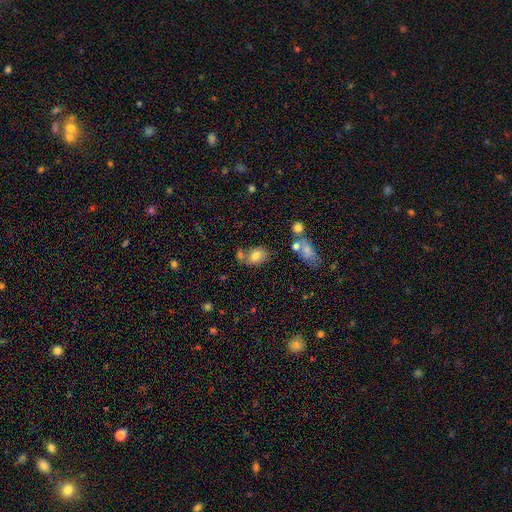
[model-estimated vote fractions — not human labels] A smooth galaxy with no disk features (76%) that is in between round and cigar-shaped (73%). Merging: none (55%).